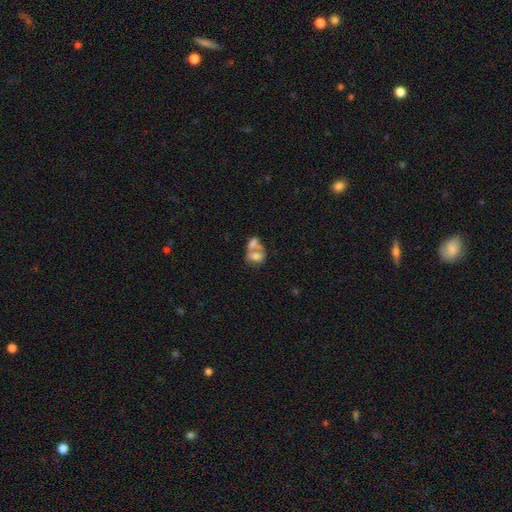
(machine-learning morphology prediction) This appears to be a smooth galaxy with no disk features (61%) that is in between round and cigar-shaped (68%). Merging: merger (68%).